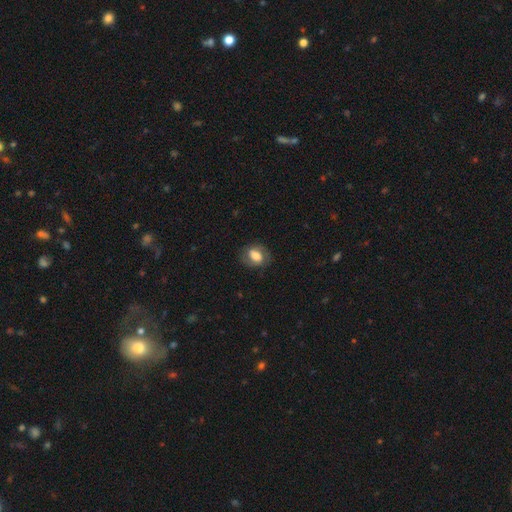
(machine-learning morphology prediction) A smooth galaxy with no disk features (56%) that is in between round and cigar-shaped (70%).

Vote fractions:
- Smooth or featured? smooth: 56% / featured or disk: 36% / star or artifact: 8%
- How rounded? in between: 70% / round: 28% / cigar-shaped: 2%
- Merging? none: 75% / minor disturbance: 16% / major disturbance: 7% / merger: 1%